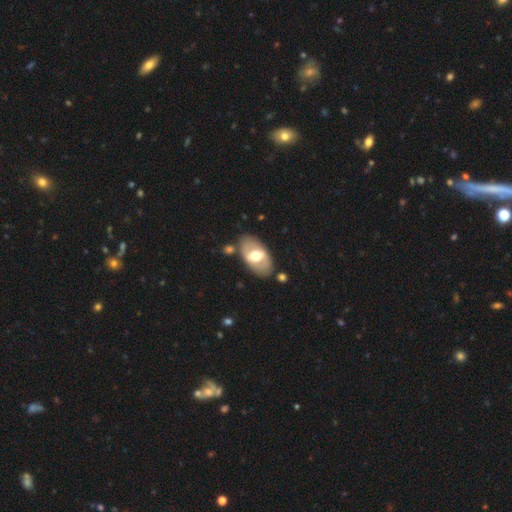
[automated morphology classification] Smooth or featured: featured or disk — 50% (smooth — 44%)
Edge-on disk: no — 86% (yes — 14%)
Merging: none — 77% (minor disturbance — 13%)